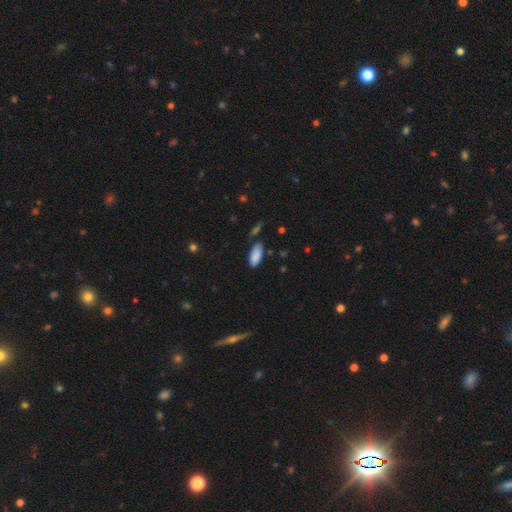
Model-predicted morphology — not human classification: smooth-or-featured: smooth: 88% | star or artifact: 7% | featured or disk: 5%
  how-rounded: in between: 85% | cigar-shaped: 13% | round: 2%
  merging: none: 74% | minor disturbance: 17% | merger: 5% | major disturbance: 3%